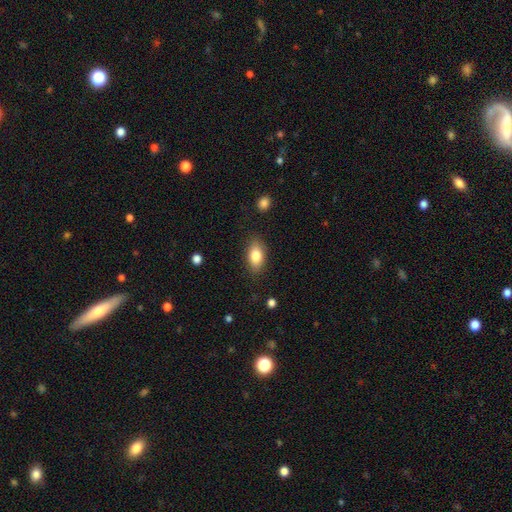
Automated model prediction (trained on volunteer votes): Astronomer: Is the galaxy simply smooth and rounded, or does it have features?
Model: smooth — 82%.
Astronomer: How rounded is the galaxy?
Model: in between — 89%.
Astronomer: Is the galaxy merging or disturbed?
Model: none — 84%.